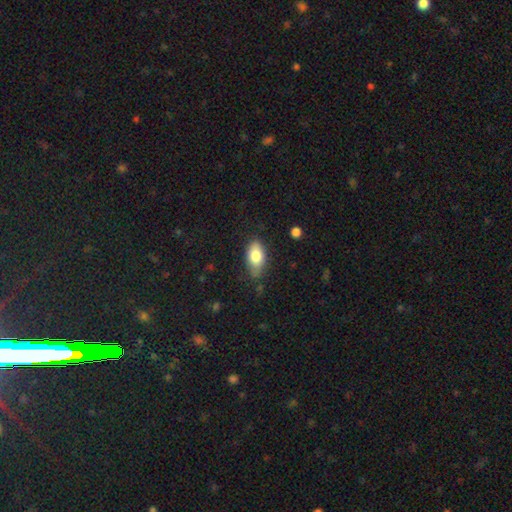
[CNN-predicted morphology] Smooth or featured? smooth (78%)
How rounded? in between (90%)
Merging? none (70%)